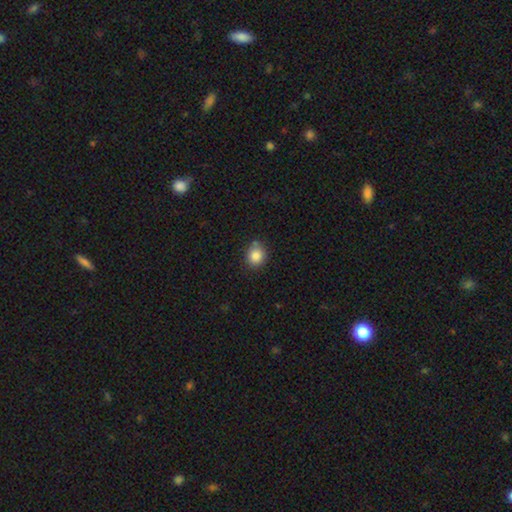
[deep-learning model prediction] This appears to be a smooth galaxy with no disk features (85%) that is round (77%). Merging: none (74%).